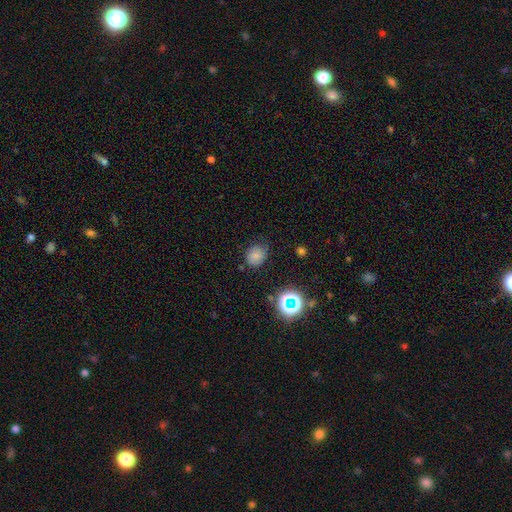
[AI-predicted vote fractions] smooth_or_featured: smooth (p=0.74) [alt: star or artifact p=0.17]
how_rounded: round (p=0.69) [alt: in between p=0.30]
merging: none (p=0.71) [alt: minor disturbance p=0.22]